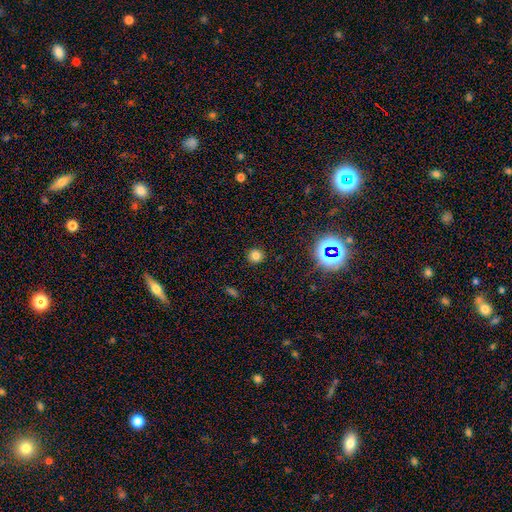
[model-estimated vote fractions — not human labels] This appears to be a smooth galaxy with no disk features (77%) that is round (92%). Merging: none (90%).